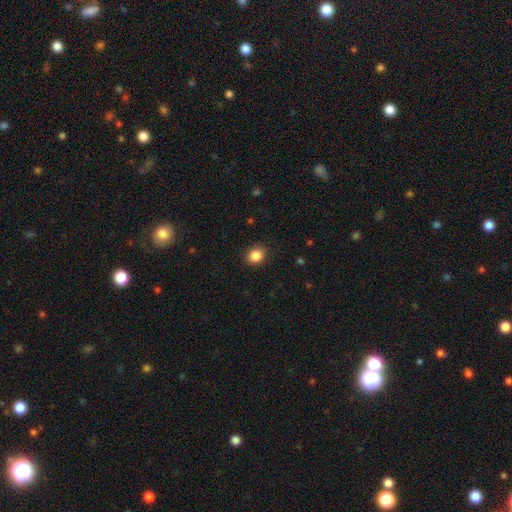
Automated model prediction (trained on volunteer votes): smooth 86%, star or artifact 10%, featured or disk 4%. Down the decision tree: how rounded — round (67%); merging — none (88%).